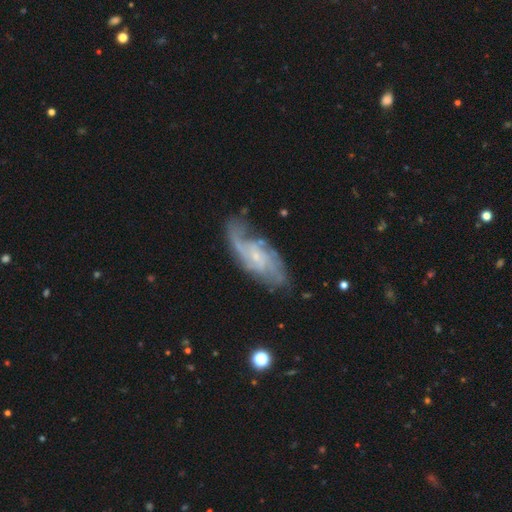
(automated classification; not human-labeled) featured or disk 82%, smooth 12%, star or artifact 6%. Down the decision tree: edge-on disk — no (92%); bar — no (56%); spiral arms — yes (94%); spiral arm count — 2 (45%); spiral winding — medium (46%); bulge size — small (75%); merging — none (65%).